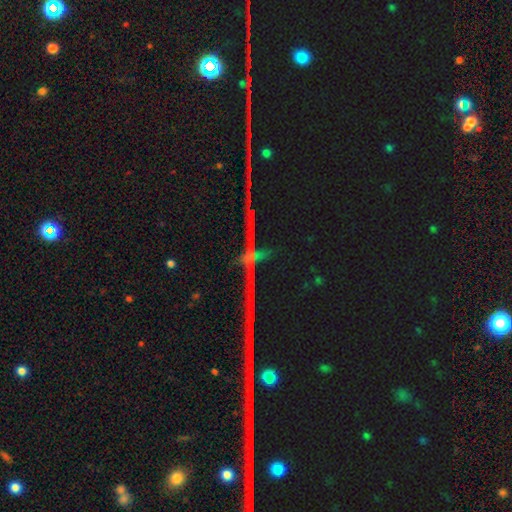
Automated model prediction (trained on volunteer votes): Morphology: type=star or artifact (66%).